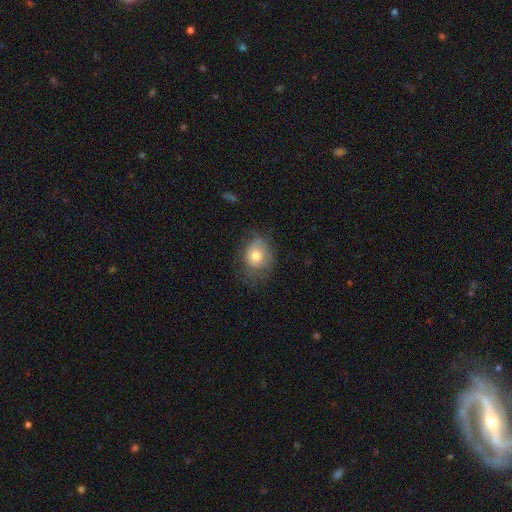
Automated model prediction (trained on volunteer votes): Q: Smooth or featured?
A: smooth (69%); runner-up: featured or disk (23%)
Q: How rounded?
A: round (61%); runner-up: in between (38%)
Q: Merging?
A: none (50%); runner-up: minor disturbance (31%)